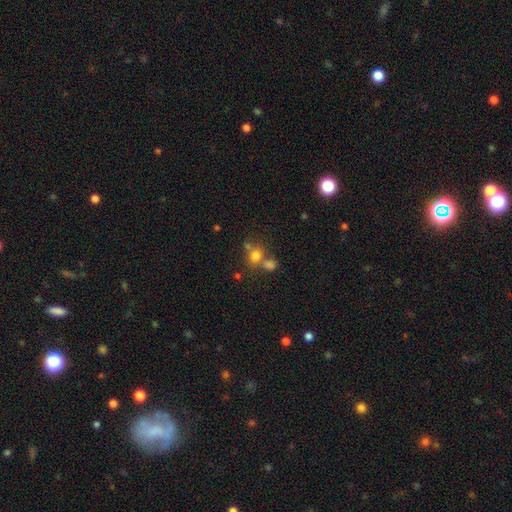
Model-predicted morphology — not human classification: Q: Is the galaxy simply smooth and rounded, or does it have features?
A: smooth — 72%.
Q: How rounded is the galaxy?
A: round — 71%.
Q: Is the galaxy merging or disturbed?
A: none — 47%.